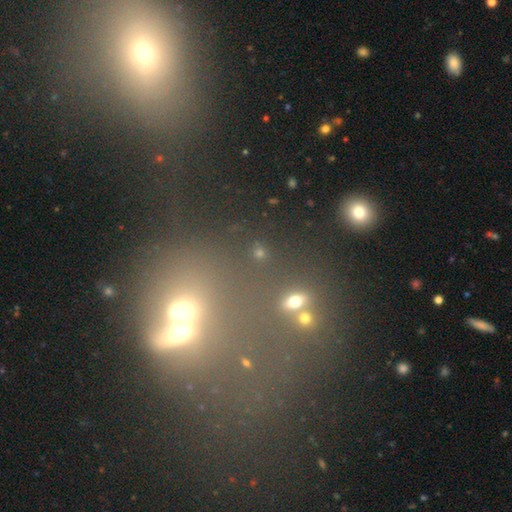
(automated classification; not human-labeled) smooth_or_featured: smooth (p=0.49) [alt: star or artifact p=0.35]
merging: none (p=0.50) [alt: merger p=0.32]